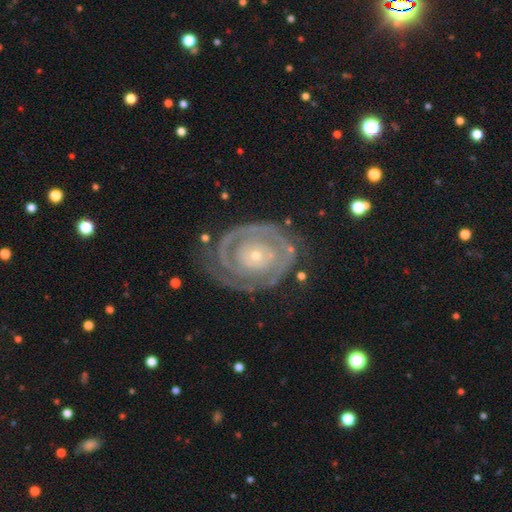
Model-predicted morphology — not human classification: A featured or disk galaxy (86%) with no bar (83%), 2 (39%) tight (80%) spiral arms (90%) and a small central bulge (81%). Merging: none (72%).